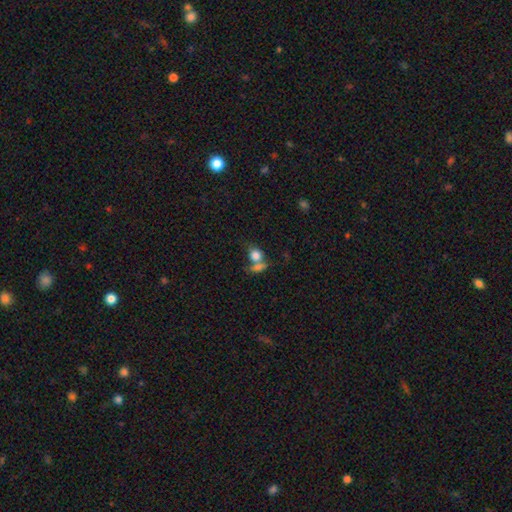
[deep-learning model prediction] This is likely a smooth galaxy (79%). How rounded: possibly round (55%). Merging: possibly merger (50%).